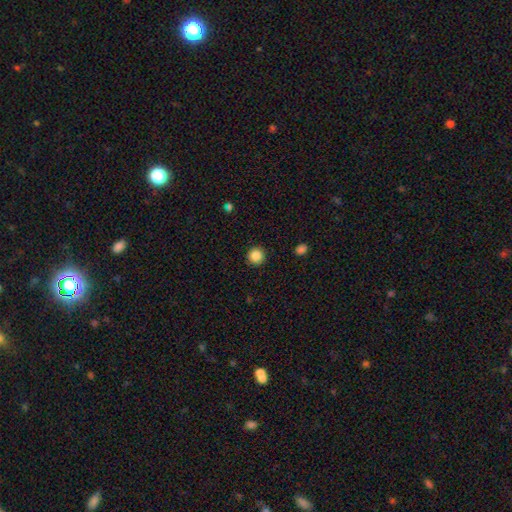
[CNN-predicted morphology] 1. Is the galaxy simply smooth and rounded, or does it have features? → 87% smooth, 10% star or artifact, 3% featured or disk.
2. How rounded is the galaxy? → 96% round, 3% in between, 1% cigar-shaped.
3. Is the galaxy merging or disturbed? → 92% none, 5% minor disturbance, 2% major disturbance, 1% merger.